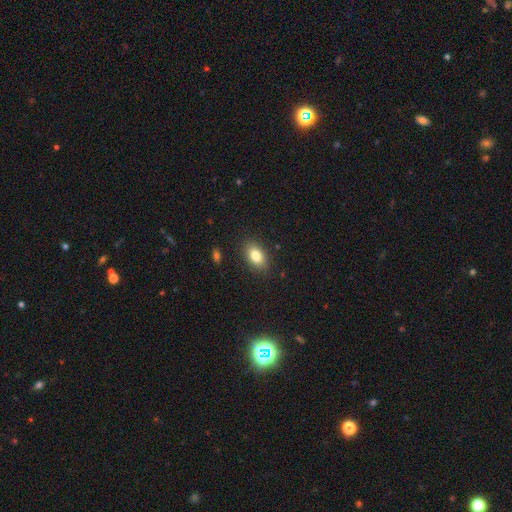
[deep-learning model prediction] This is clearly a smooth galaxy (82%). How rounded: clearly in between (88%). Merging: clearly none (87%).